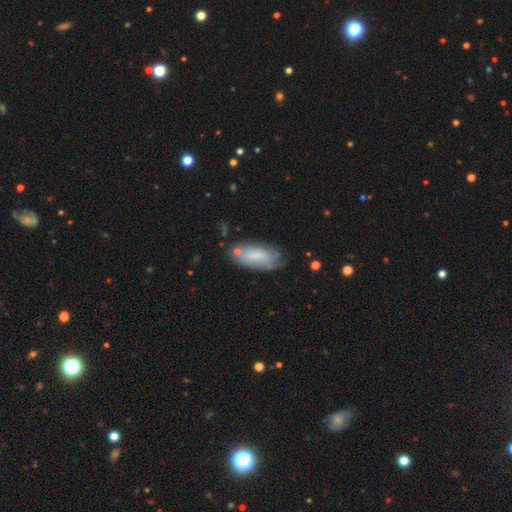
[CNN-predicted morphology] smooth 73%, featured or disk 20%, star or artifact 7%. Down the decision tree: how rounded — in between (87%); merging — none (68%).